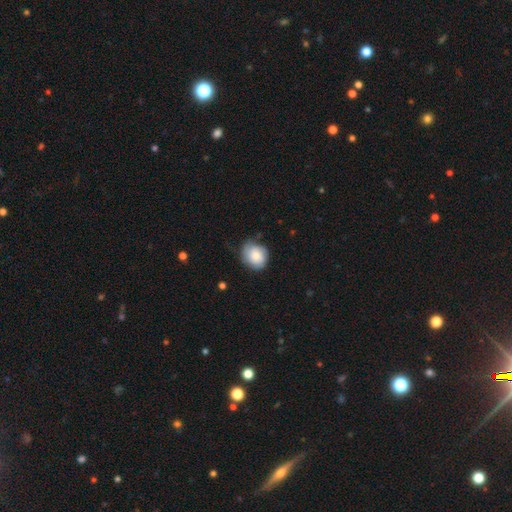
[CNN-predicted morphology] The model was most divided on "merging": none: 61%, minor disturbance: 30%, major disturbance: 7%, merger: 1%. More confident: how rounded — round (76%); smooth or featured — smooth (71%).